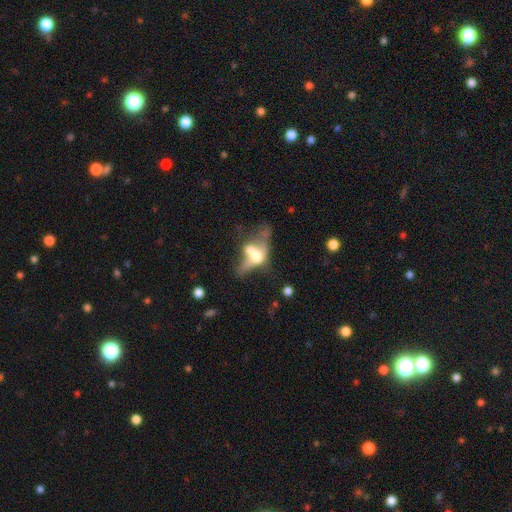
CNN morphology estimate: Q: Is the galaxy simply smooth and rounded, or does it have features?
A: featured or disk — 52%.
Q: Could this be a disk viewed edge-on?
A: no — 80%.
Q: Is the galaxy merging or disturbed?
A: merger — 49%.